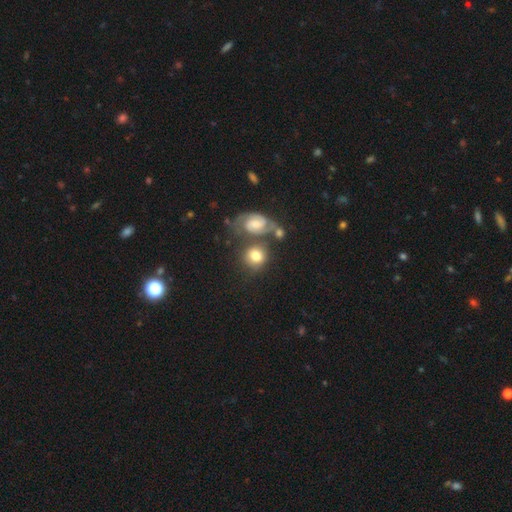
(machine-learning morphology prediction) Smooth or featured?
  - smooth: 65% *
  - featured or disk: 27%
  - star or artifact: 8%
How rounded?
  - round: 79% *
  - in between: 20%
  - cigar-shaped: 1%
Merging?
  - none: 51% *
  - merger: 29%
  - minor disturbance: 14%
  - major disturbance: 7%